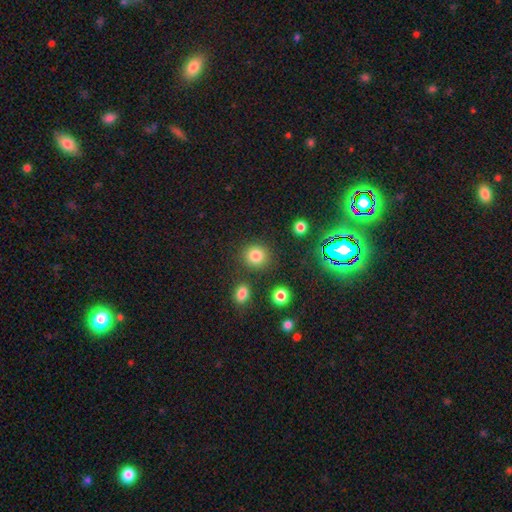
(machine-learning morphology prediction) A smooth galaxy with no disk features (81%) that is round (88%). Merging: none (84%).